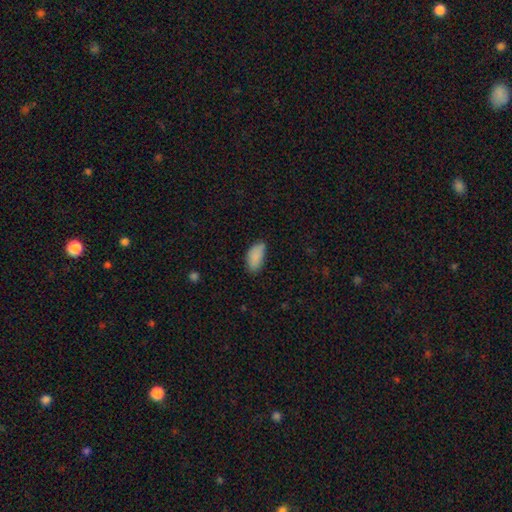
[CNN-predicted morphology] smooth 87%, star or artifact 8%, featured or disk 5%. Down the decision tree: how rounded — in between (92%); merging — none (66%).